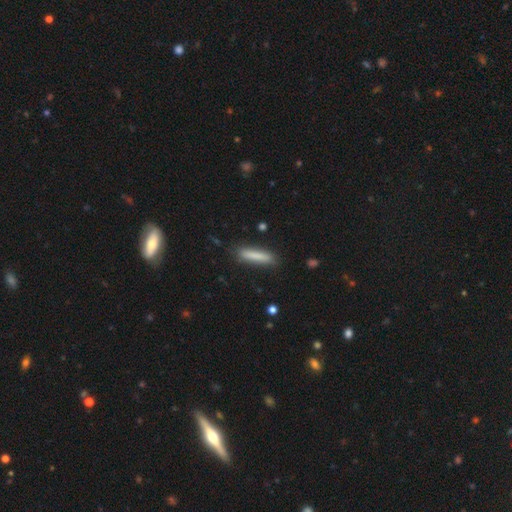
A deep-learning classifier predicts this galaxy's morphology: Smooth or featured?
  - smooth: 82% *
  - featured or disk: 11%
  - star or artifact: 7%
How rounded?
  - cigar-shaped: 86% *
  - in between: 12%
  - round: 1%
Merging?
  - none: 85% *
  - minor disturbance: 11%
  - major disturbance: 3%
  - merger: 2%